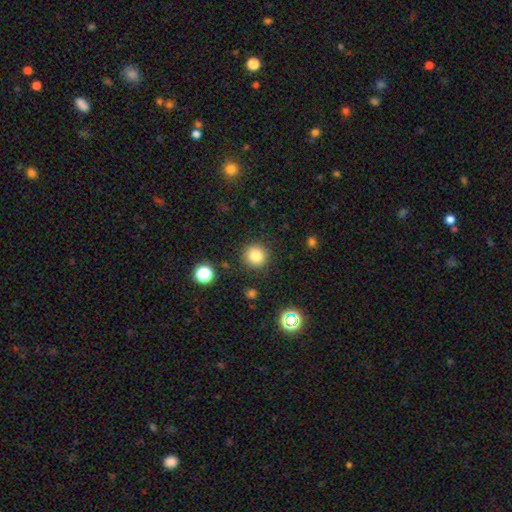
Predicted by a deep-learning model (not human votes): smooth_or_featured: smooth (p=0.82) [alt: star or artifact p=0.12]
how_rounded: round (p=0.94) [alt: in between p=0.05]
merging: none (p=0.90) [alt: minor disturbance p=0.06]